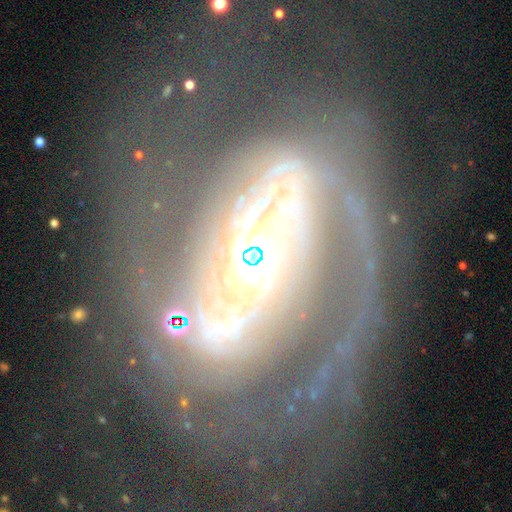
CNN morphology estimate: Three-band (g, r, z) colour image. It shows a featured or disk galaxy (90%) with a strong bar (38%), 2 (58%) tight (41%) spiral arms (95%) and a moderate central bulge (58%). Merging: none (55%).